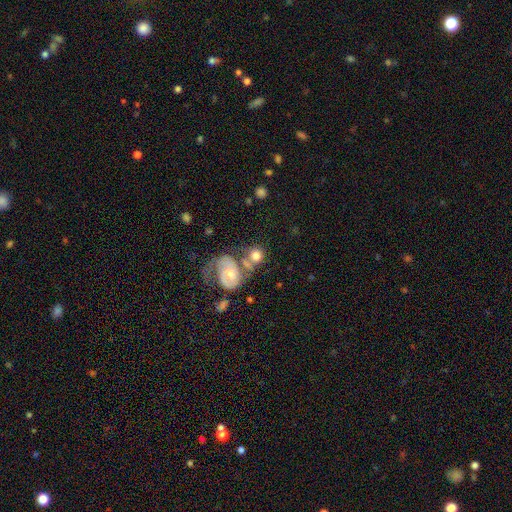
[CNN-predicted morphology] smooth 61%, featured or disk 31%, star or artifact 8%. Down the decision tree: how rounded — round (74%); merging — none (38%).